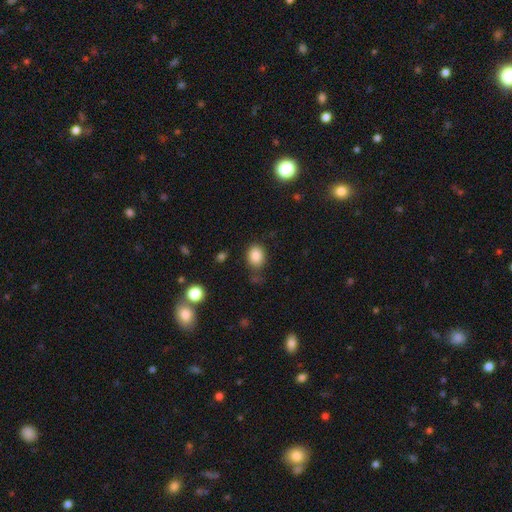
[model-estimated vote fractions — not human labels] Smooth or featured? smooth (86%)
How rounded? in between (60%)
Merging? none (74%)